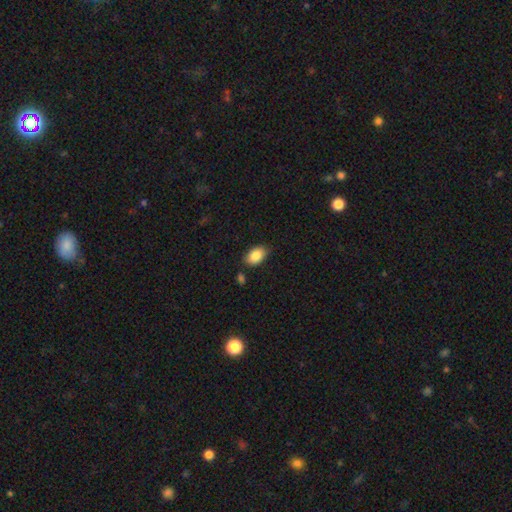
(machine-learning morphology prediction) The model was most divided on "merging": none: 79%, minor disturbance: 14%, merger: 4%, major disturbance: 3%. More confident: how rounded — in between (90%); smooth or featured — smooth (86%).